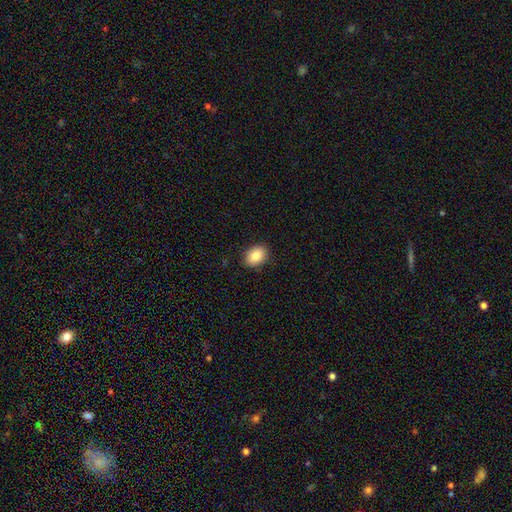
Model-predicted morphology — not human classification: This is clearly a smooth galaxy (84%). How rounded: likely in between (70%). Merging: clearly none (89%).